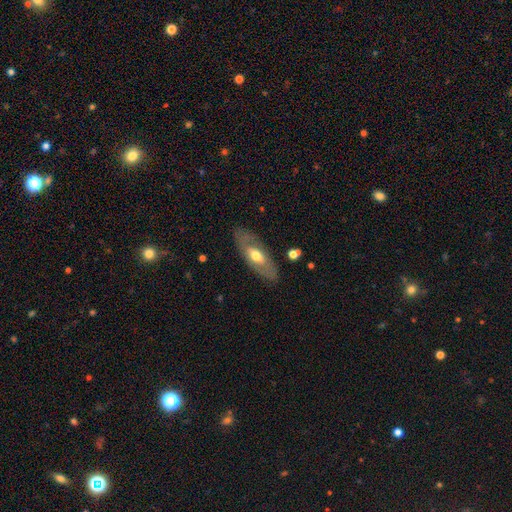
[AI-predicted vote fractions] A featured or disk galaxy (50%). Merging: none (82%).